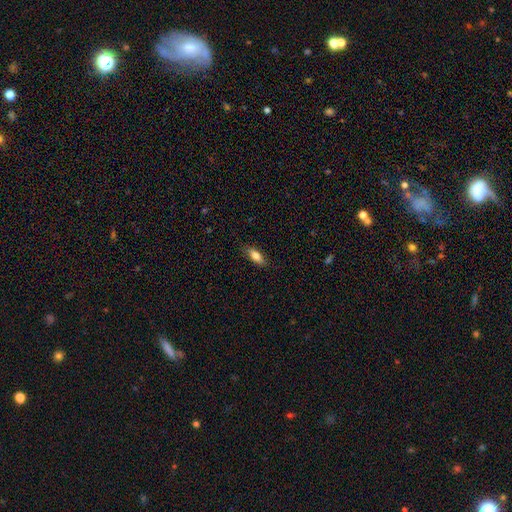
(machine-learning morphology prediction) This appears to be a smooth galaxy with no disk features (78%) that is in between round and cigar-shaped (69%). Merging: none (84%).